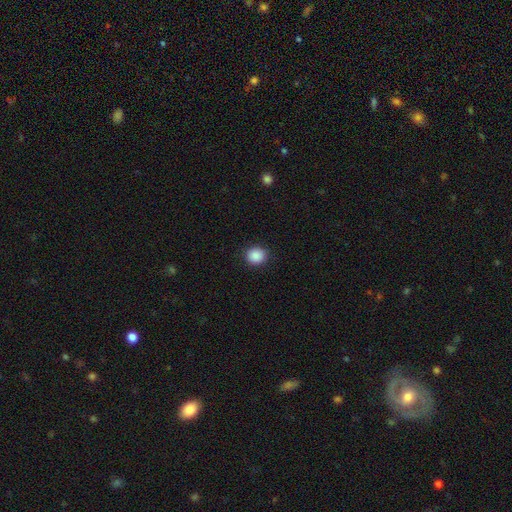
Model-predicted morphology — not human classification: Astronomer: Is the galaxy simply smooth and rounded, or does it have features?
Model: smooth — 88%.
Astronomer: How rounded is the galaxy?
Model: round — 86%.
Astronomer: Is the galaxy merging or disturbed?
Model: none — 90%.